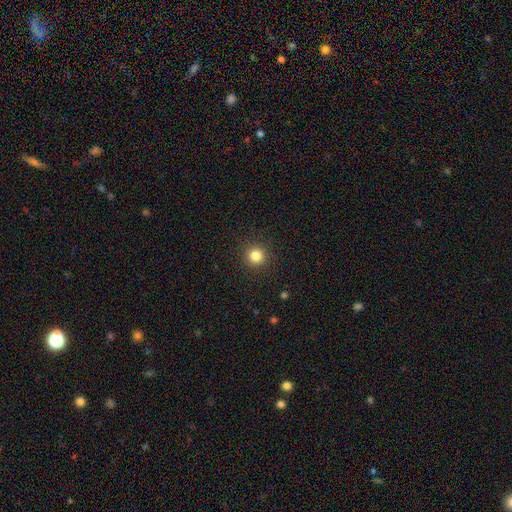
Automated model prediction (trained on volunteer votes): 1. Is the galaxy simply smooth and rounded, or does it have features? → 83% smooth, 13% star or artifact, 5% featured or disk.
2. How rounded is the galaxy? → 95% round, 4% in between, 1% cigar-shaped.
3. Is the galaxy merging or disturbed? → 92% none, 5% minor disturbance, 2% major disturbance, 1% merger.